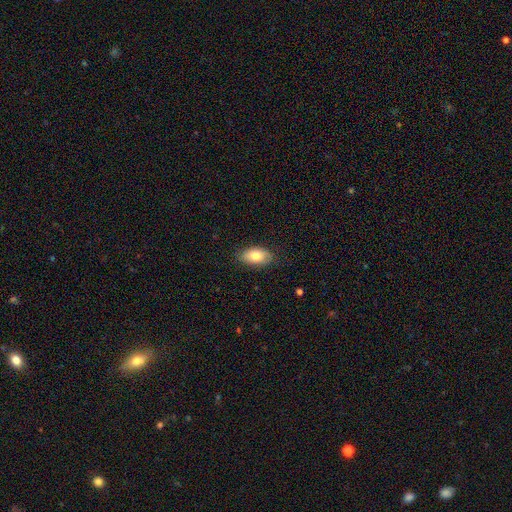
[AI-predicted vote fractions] smooth 78%, featured or disk 15%, star or artifact 7%. Down the decision tree: how rounded — in between (93%); merging — none (83%).